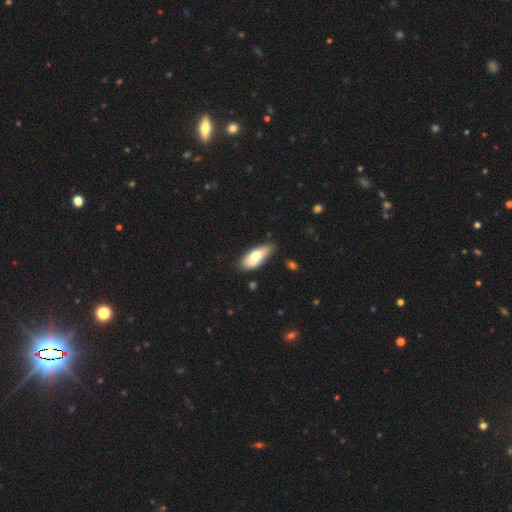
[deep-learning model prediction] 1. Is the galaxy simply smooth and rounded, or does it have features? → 64% smooth, 30% featured or disk, 6% star or artifact.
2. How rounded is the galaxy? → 80% in between, 18% cigar-shaped, 3% round.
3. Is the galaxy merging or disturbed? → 63% none, 26% minor disturbance, 6% major disturbance, 5% merger.